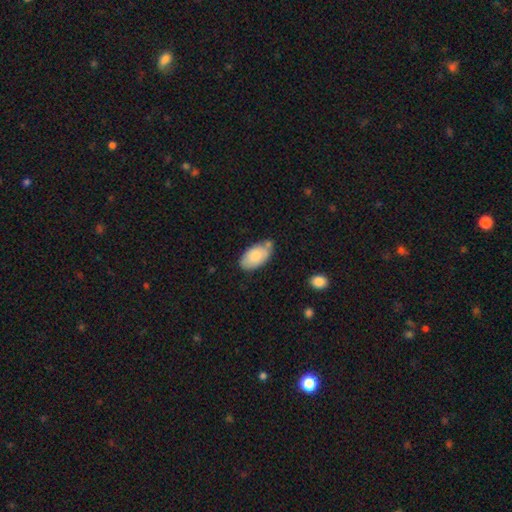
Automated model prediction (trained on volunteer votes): Smooth or featured: smooth — 81% (featured or disk — 13%)
How rounded: in between — 95% (round — 3%)
Merging: none — 62% (minor disturbance — 23%)